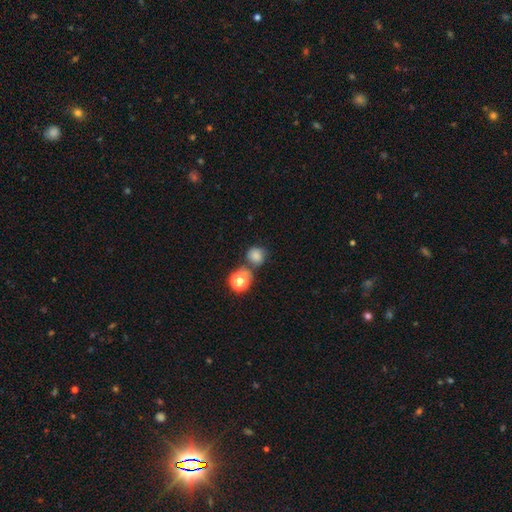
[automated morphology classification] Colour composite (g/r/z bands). It shows a smooth galaxy with no disk features (78%) that is round (84%). Merging: none (59%).